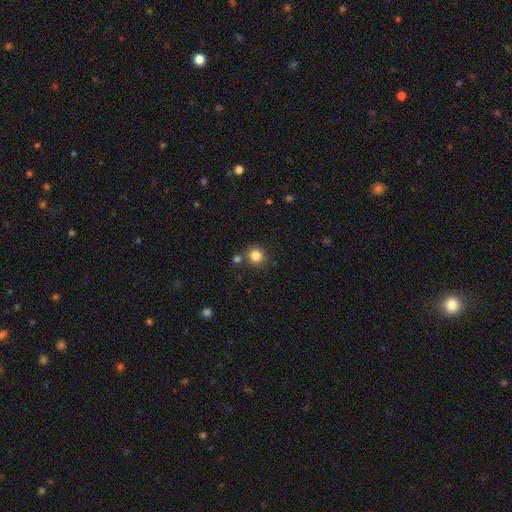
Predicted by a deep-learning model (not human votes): A smooth galaxy with no disk features (84%) that is round (91%).

Vote fractions:
- Smooth or featured? smooth: 84% / star or artifact: 11% / featured or disk: 5%
- How rounded? round: 91% / in between: 8% / cigar-shaped: 1%
- Merging? none: 80% / minor disturbance: 8% / merger: 8% / major disturbance: 3%